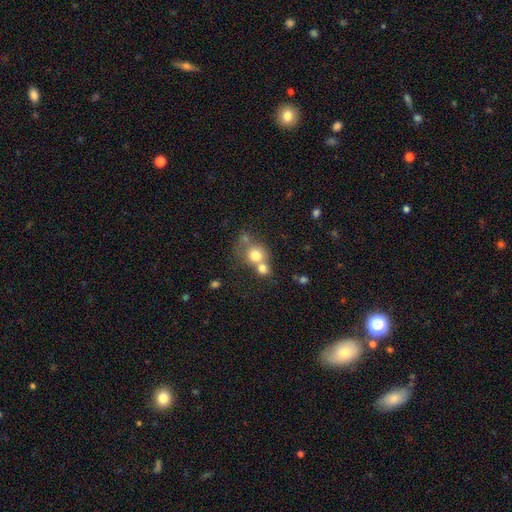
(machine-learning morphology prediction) Q: Smooth or featured?
A: smooth (73%); runner-up: featured or disk (15%)
Q: How rounded?
A: round (80%); runner-up: in between (19%)
Q: Merging?
A: merger (54%); runner-up: none (34%)